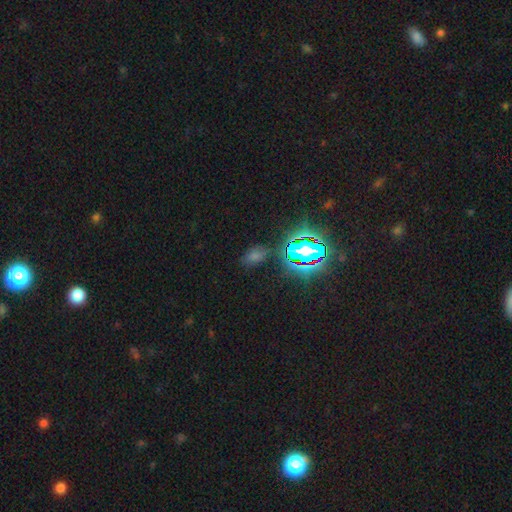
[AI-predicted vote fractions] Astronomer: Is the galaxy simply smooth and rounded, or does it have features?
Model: star or artifact — 58%.